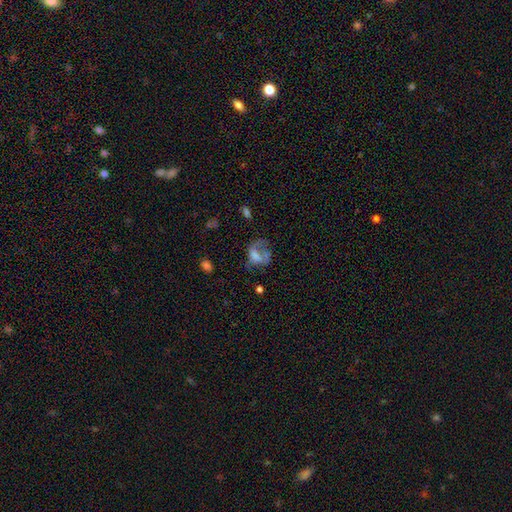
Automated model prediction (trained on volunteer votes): A smooth galaxy with no disk features (41%, tied with featured or disk). Merging: major disturbance (43%).